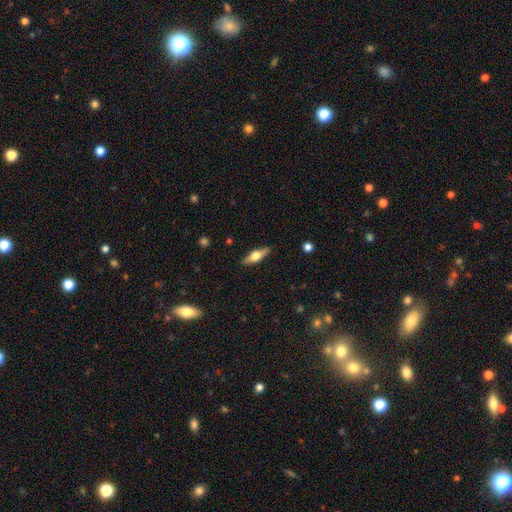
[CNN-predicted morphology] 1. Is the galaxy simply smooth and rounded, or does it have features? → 56% featured or disk, 38% smooth, 6% star or artifact.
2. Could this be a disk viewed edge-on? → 95% yes, 5% no.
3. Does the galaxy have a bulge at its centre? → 93% rounded, 5% boxy, 2% none.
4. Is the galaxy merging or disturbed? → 88% none, 9% minor disturbance, 2% major disturbance, 1% merger.